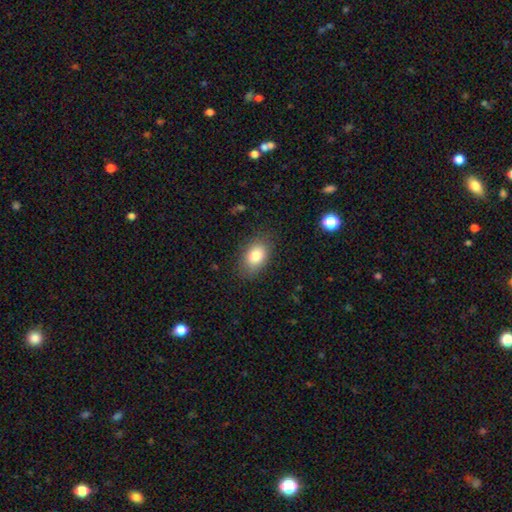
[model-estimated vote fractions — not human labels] Smooth or featured: smooth — 82% (featured or disk — 10%)
How rounded: in between — 86% (round — 12%)
Merging: none — 81% (minor disturbance — 14%)